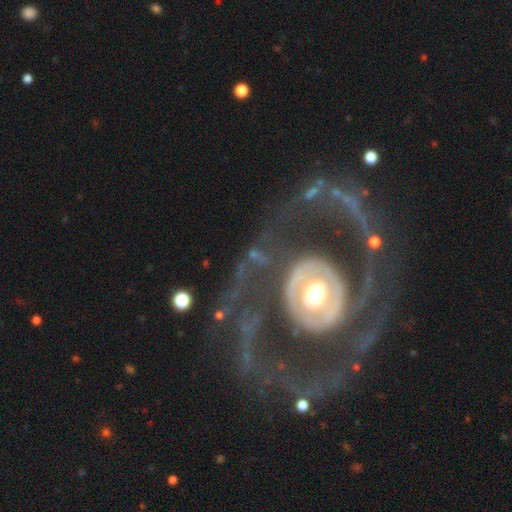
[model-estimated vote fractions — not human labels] Overall: featured or disk (82%). Edge-on disk: no (95%). Bar: no (66%). Spiral arms: yes (58%; no 42%). Bulge size: moderate (59%; large 23%). Merging: none (65%).